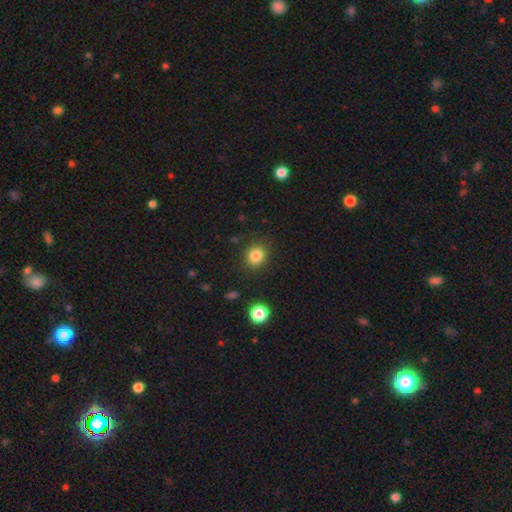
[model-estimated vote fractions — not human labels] Smooth or featured: smooth — 84% (star or artifact — 11%)
How rounded: round — 80% (in between — 19%)
Merging: none — 87% (minor disturbance — 8%)